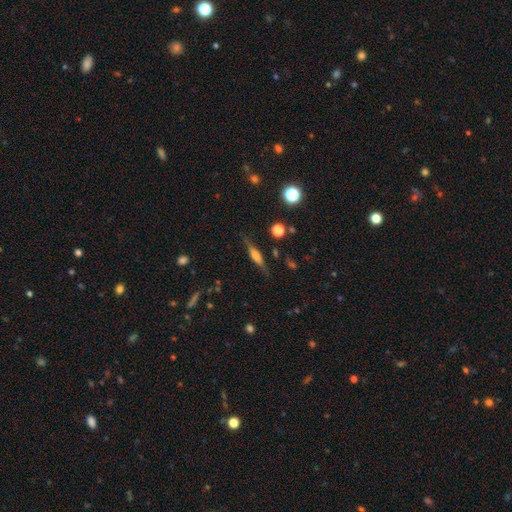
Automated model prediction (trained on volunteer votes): smooth-or-featured: featured or disk: 50% | smooth: 41% | star or artifact: 9%
  merging: none: 80% | minor disturbance: 14% | major disturbance: 4% | merger: 2%